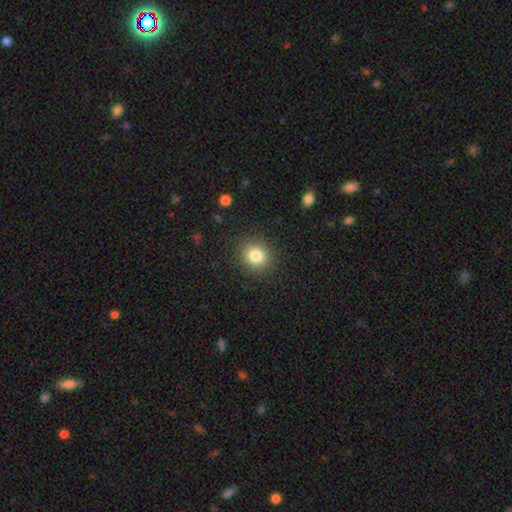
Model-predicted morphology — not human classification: The model was most divided on "how rounded": round: 83%, in between: 16%, cigar-shaped: 1%. More confident: merging — none (89%); smooth or featured — smooth (82%).